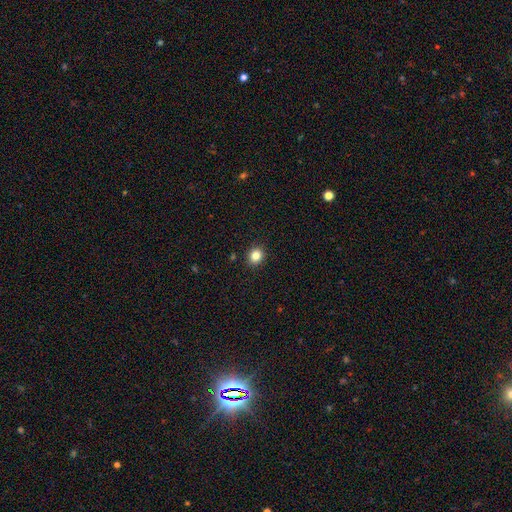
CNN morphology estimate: Smooth or featured? smooth (83%)
How rounded? round (75%)
Merging? none (91%)